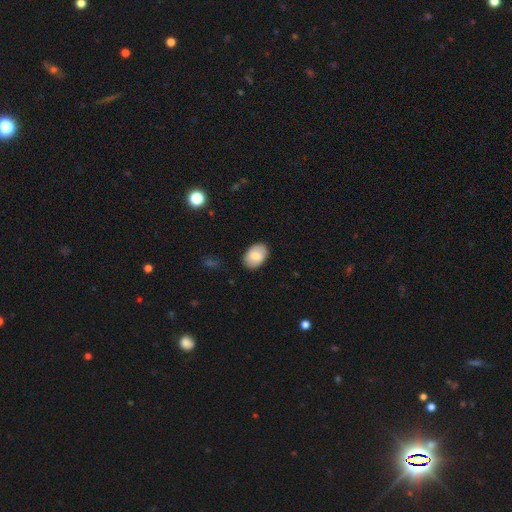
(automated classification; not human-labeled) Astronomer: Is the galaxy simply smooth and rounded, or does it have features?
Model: smooth — 79%.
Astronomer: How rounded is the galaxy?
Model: in between — 85%.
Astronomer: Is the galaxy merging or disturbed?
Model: none — 86%.